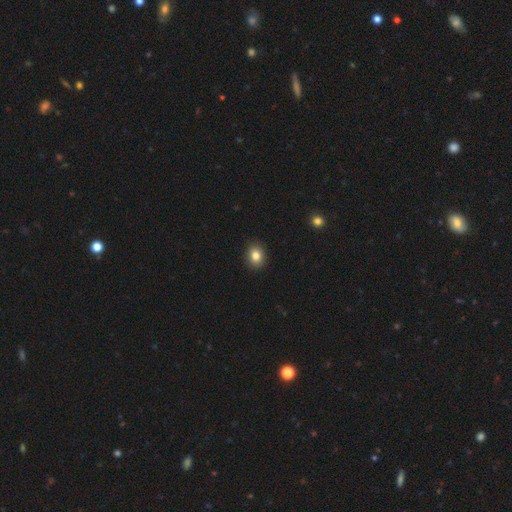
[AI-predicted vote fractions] Smooth or featured? smooth (83%)
How rounded? round (57%)
Merging? none (91%)